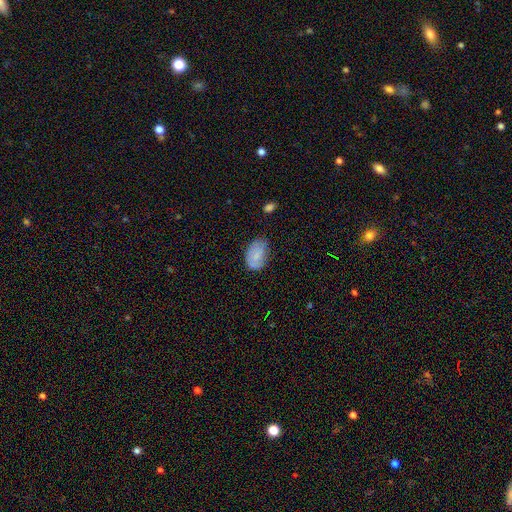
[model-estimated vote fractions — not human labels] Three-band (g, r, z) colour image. It shows a smooth galaxy with no disk features (74%) that is in between round and cigar-shaped (88%). Merging: none (59%).